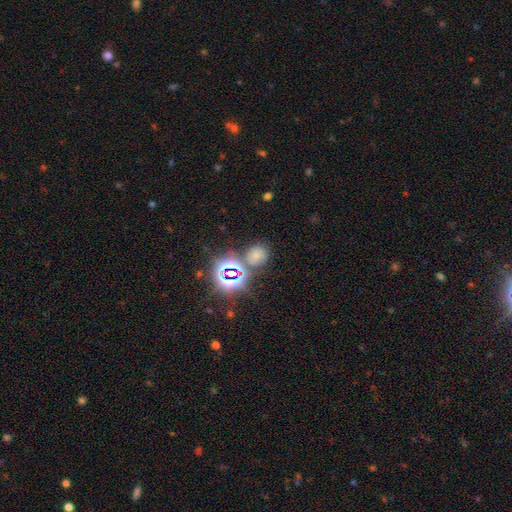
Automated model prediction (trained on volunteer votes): A smooth galaxy with no disk features (53%) that is round (71%).

Vote fractions:
- Smooth or featured? smooth: 53% / star or artifact: 38% / featured or disk: 9%
- How rounded? round: 71% / in between: 28% / cigar-shaped: 1%
- Merging? none: 71% / minor disturbance: 13% / merger: 10% / major disturbance: 5%